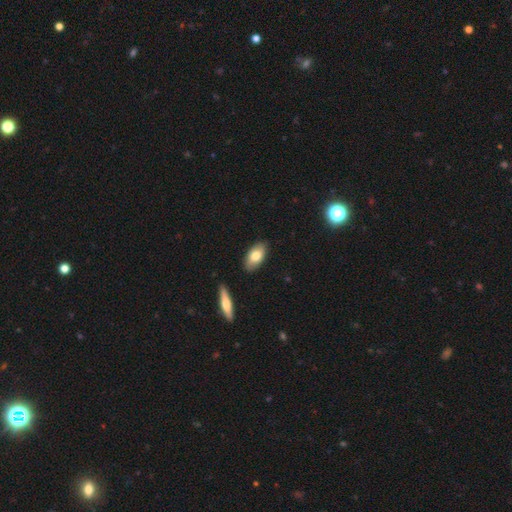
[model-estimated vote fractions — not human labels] Smooth or featured: smooth — 77% (featured or disk — 17%)
How rounded: in between — 92% (cigar-shaped — 5%)
Merging: none — 87% (minor disturbance — 10%)